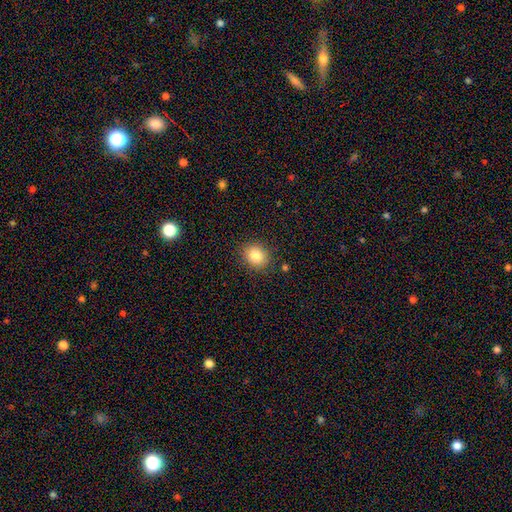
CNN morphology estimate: Smooth or featured? smooth (82%)
How rounded? round (72%)
Merging? none (87%)